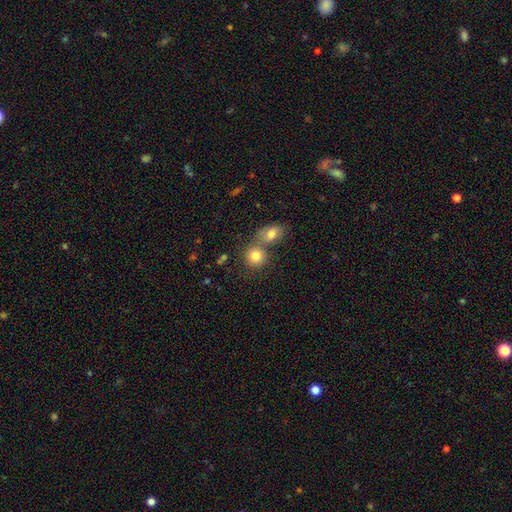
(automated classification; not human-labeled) smooth_or_featured: smooth (p=0.82) [alt: star or artifact p=0.09]
how_rounded: round (p=0.77) [alt: in between p=0.22]
merging: none (p=0.47) [alt: merger p=0.42]